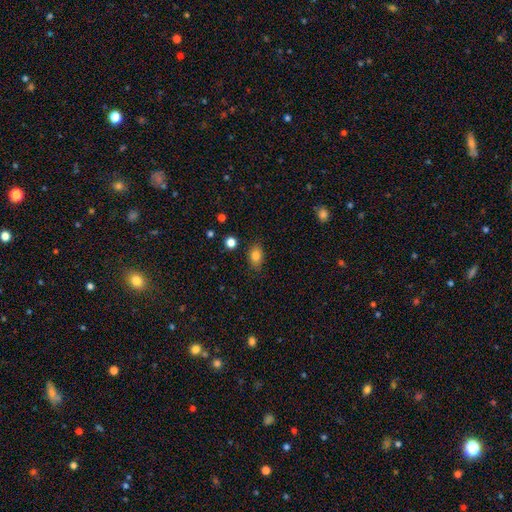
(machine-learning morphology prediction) This is clearly a smooth galaxy (81%). How rounded: clearly in between (81%). Merging: clearly none (84%).